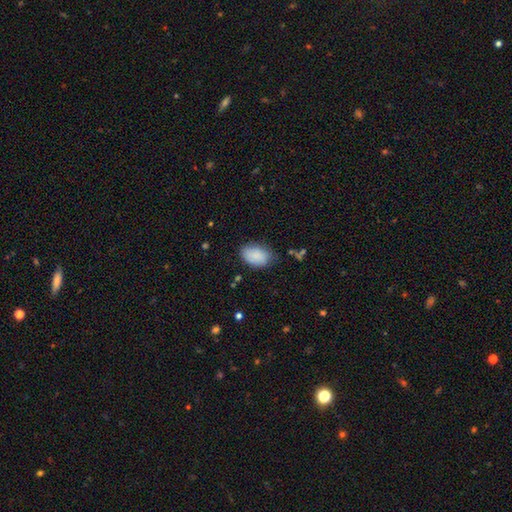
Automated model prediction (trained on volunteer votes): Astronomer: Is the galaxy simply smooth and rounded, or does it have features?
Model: smooth — 87%.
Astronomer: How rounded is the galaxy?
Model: in between — 90%.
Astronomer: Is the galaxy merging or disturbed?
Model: none — 71%.